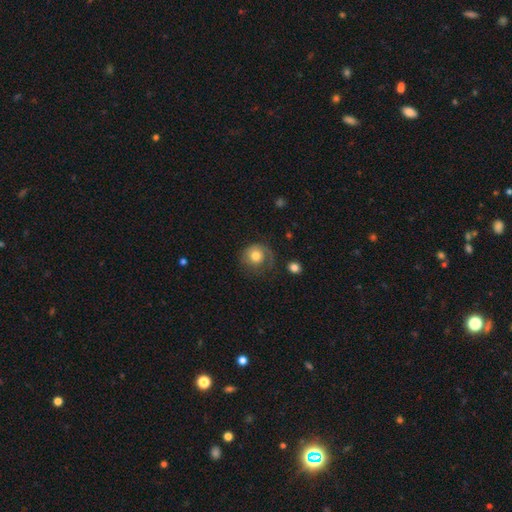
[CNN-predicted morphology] smooth_or_featured: smooth (p=0.67) [alt: featured or disk p=0.25]
how_rounded: round (p=0.86) [alt: in between p=0.13]
merging: none (p=0.53) [alt: minor disturbance p=0.23]